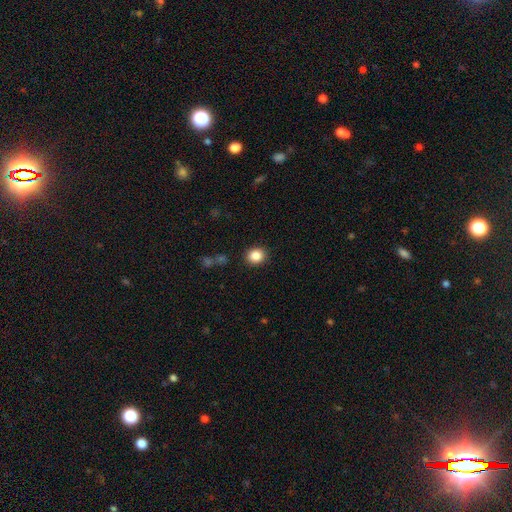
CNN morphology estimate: smooth-or-featured: smooth: 86% | star or artifact: 10% | featured or disk: 4%
  how-rounded: round: 76% | in between: 23% | cigar-shaped: 1%
  merging: none: 89% | minor disturbance: 7% | major disturbance: 3% | merger: 2%